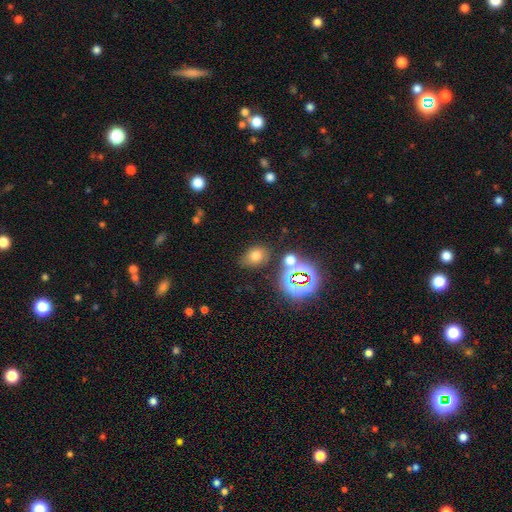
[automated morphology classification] smooth_or_featured: smooth (p=0.68) [alt: star or artifact p=0.22]
how_rounded: in between (p=0.71) [alt: round p=0.28]
merging: none (p=0.74) [alt: minor disturbance p=0.14]